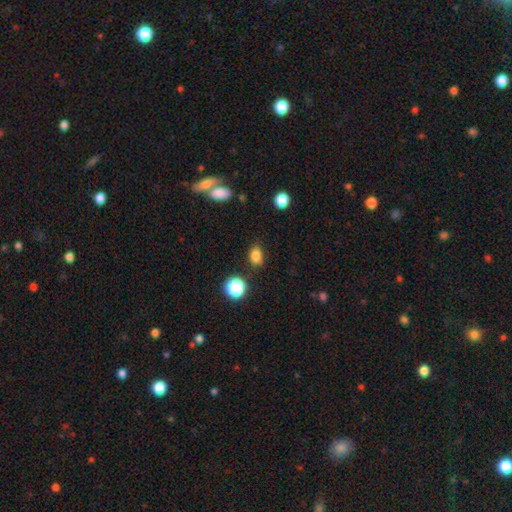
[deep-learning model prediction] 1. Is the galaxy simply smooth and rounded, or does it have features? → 82% smooth, 13% star or artifact, 5% featured or disk.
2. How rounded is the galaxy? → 72% in between, 26% round, 2% cigar-shaped.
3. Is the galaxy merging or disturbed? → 78% none, 15% minor disturbance, 3% major disturbance, 3% merger.